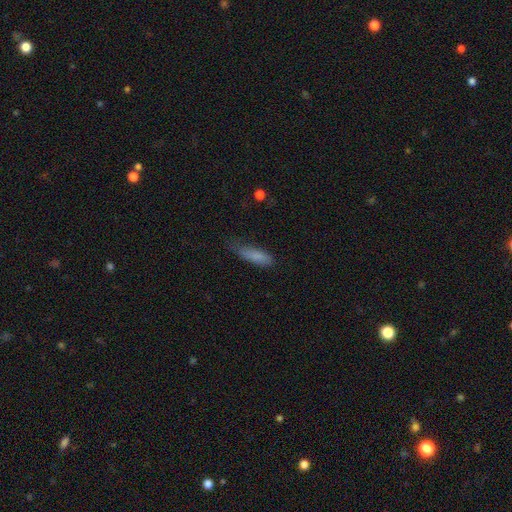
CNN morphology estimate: A smooth galaxy with no disk features (82%) that is cigar-shaped (55%).

Vote fractions:
- Smooth or featured? smooth: 82% / featured or disk: 11% / star or artifact: 8%
- How rounded? cigar-shaped: 55% / in between: 43% / round: 2%
- Merging? none: 50% / minor disturbance: 36% / major disturbance: 12% / merger: 2%